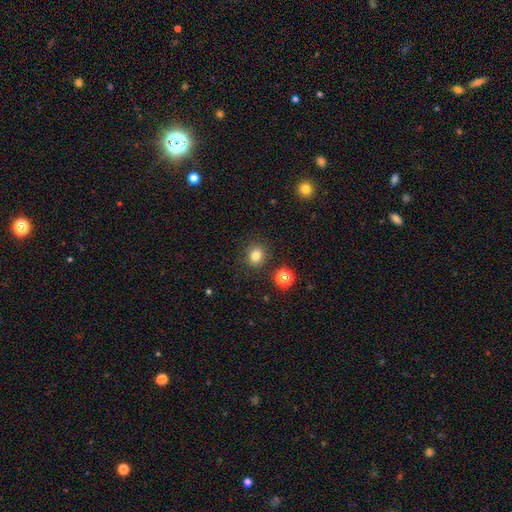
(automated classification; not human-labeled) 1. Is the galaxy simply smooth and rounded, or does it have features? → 81% smooth, 13% star or artifact, 6% featured or disk.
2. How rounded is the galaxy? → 82% round, 17% in between, 1% cigar-shaped.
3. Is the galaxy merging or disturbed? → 87% none, 7% minor disturbance, 3% merger, 3% major disturbance.